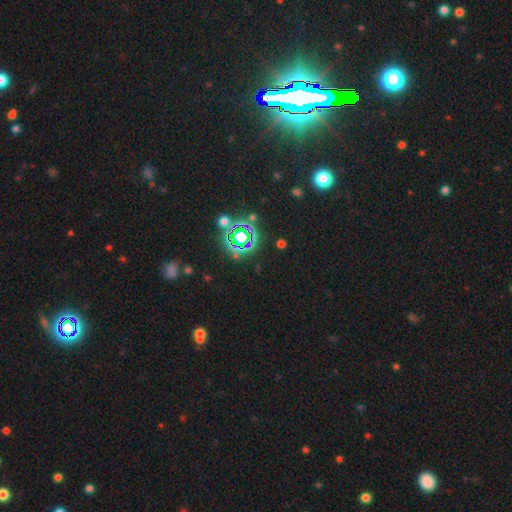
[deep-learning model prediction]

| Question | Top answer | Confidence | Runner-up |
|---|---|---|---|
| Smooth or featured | star or artifact | 82% | smooth (10%) |